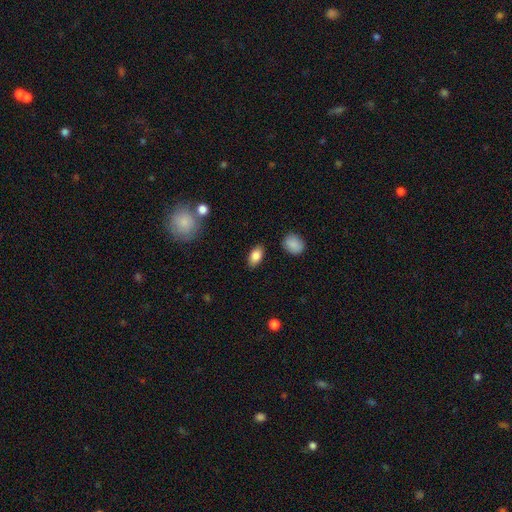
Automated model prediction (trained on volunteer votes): Smooth or featured?
  - smooth: 84% *
  - featured or disk: 8%
  - star or artifact: 8%
How rounded?
  - in between: 90% *
  - round: 7%
  - cigar-shaped: 3%
Merging?
  - none: 85% *
  - minor disturbance: 10%
  - major disturbance: 3%
  - merger: 2%